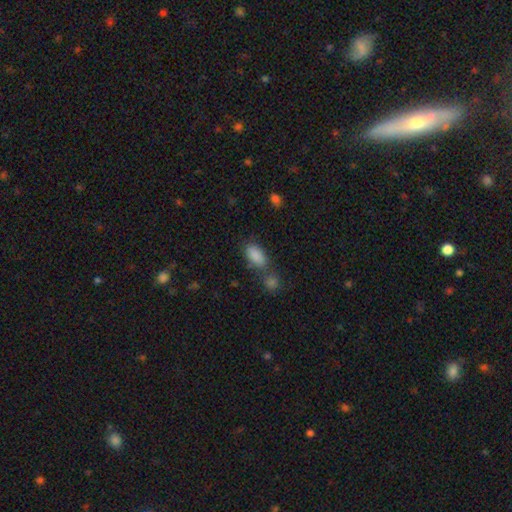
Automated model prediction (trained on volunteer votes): A smooth galaxy with no disk features (87%) that is in between round and cigar-shaped (92%). Merging: none (57%).